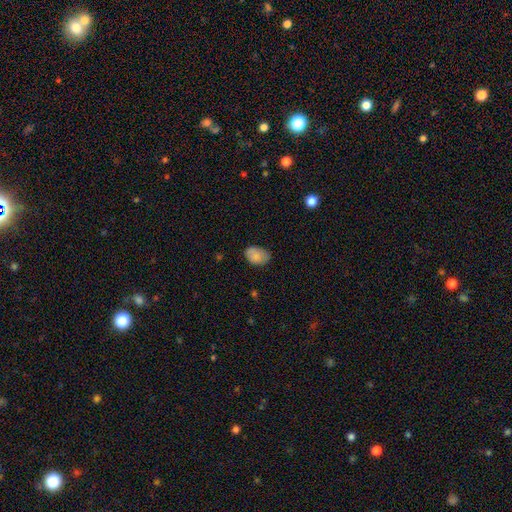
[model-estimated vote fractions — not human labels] smooth-or-featured: smooth: 81% | featured or disk: 11% | star or artifact: 8%
  how-rounded: in between: 81% | round: 18% | cigar-shaped: 1%
  merging: none: 63% | minor disturbance: 28% | major disturbance: 6% | merger: 2%